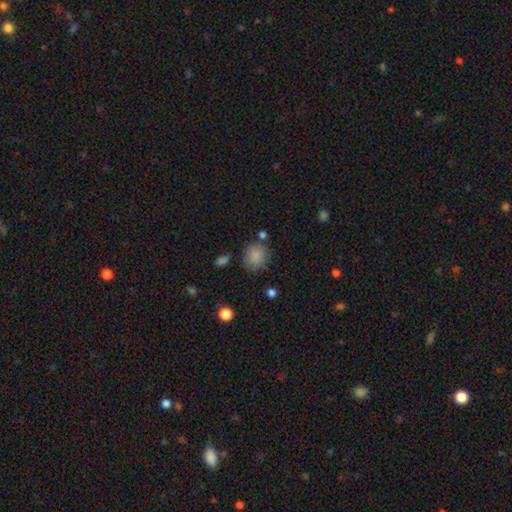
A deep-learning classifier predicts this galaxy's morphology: smooth-or-featured: smooth: 85% | star or artifact: 9% | featured or disk: 5%
  how-rounded: round: 72% | in between: 27% | cigar-shaped: 1%
  merging: none: 74% | minor disturbance: 15% | merger: 5% | major disturbance: 5%